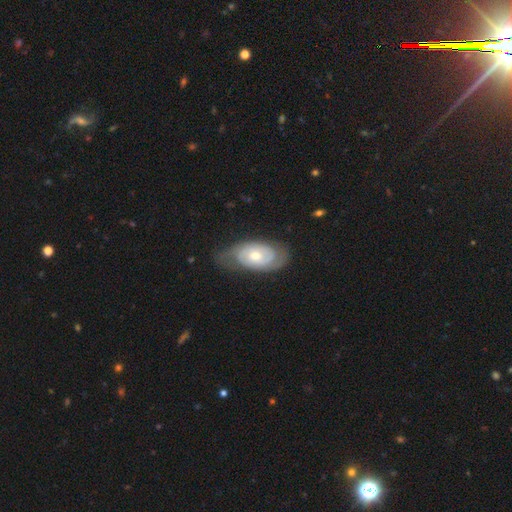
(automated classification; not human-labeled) Smooth or featured?
  - featured or disk: 76% *
  - smooth: 18%
  - star or artifact: 5%
Edge-on disk?
  - no: 94% *
  - yes: 6%
Bar?
  - no: 76% *
  - weak: 20%
  - strong: 4%
Spiral arms?
  - yes: 87% *
  - no: 13%
Spiral winding?
  - tight: 66% *
  - medium: 26%
  - loose: 8%
Spiral arm count?
  - 2: 64% *
  - can't tell: 23%
  - 1: 5%
  - 3: 4%
  - 4: 2%
  - more than 4: 2%
Bulge size?
  - moderate: 60% *
  - small: 35%
  - large: 3%
  - none: 1%
  - dominant: 1%
Merging?
  - none: 69% *
  - minor disturbance: 22%
  - major disturbance: 8%
  - merger: 1%